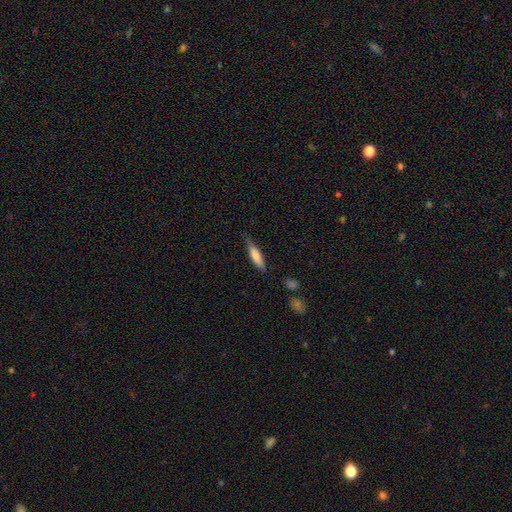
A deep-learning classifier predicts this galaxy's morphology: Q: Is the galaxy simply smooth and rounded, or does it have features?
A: smooth — 74%.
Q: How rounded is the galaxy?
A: cigar-shaped — 74%.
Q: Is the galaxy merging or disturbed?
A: none — 71%.